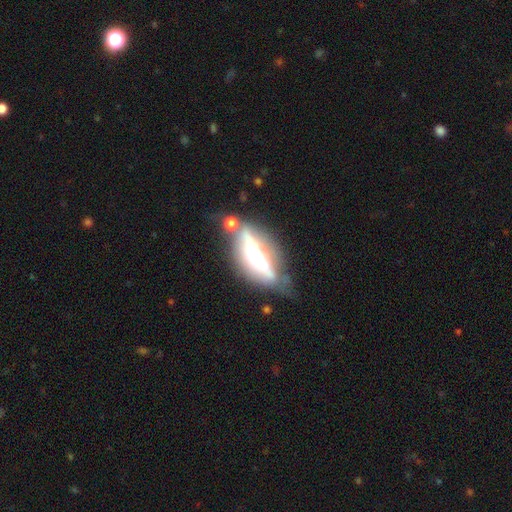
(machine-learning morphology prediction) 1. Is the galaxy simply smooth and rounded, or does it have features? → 72% featured or disk, 21% smooth, 7% star or artifact.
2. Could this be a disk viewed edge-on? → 76% yes, 24% no.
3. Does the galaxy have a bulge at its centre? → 81% rounded, 15% boxy, 4% none.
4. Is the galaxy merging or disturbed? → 52% none, 21% minor disturbance, 14% major disturbance, 13% merger.